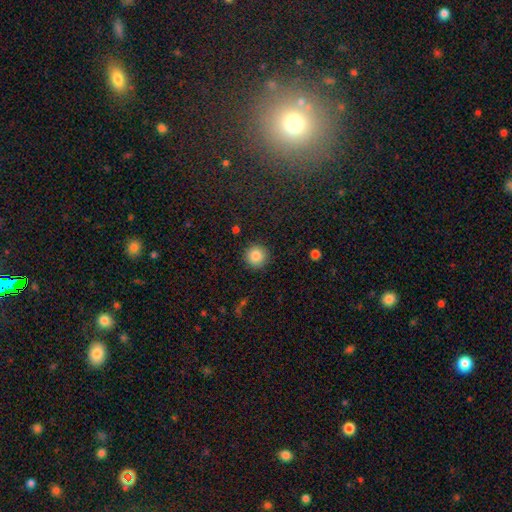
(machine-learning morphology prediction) smooth_or_featured: smooth (p=0.86) [alt: star or artifact p=0.09]
how_rounded: round (p=0.95) [alt: in between p=0.04]
merging: none (p=0.91) [alt: minor disturbance p=0.06]